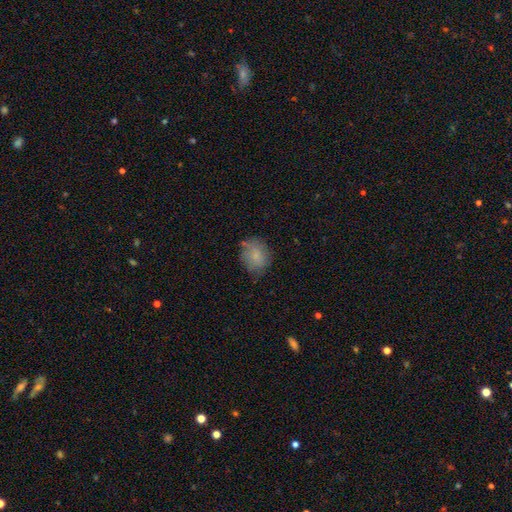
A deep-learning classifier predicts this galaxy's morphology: type=smooth (79%); roundness=round (66%); merging=none (68%).